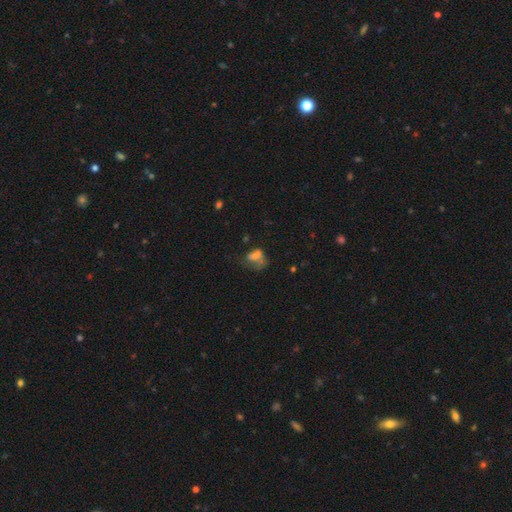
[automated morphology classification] Q: Smooth or featured?
A: smooth (57%); runner-up: featured or disk (25%)
Q: How rounded?
A: in between (76%); runner-up: round (21%)
Q: Merging?
A: major disturbance (40%); runner-up: none (24%)